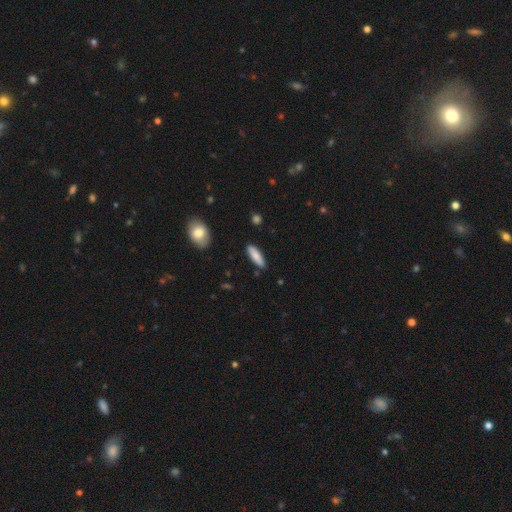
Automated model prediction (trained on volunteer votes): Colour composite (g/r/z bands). It shows a smooth galaxy with no disk features (82%) that is cigar-shaped (58%). Merging: none (87%).